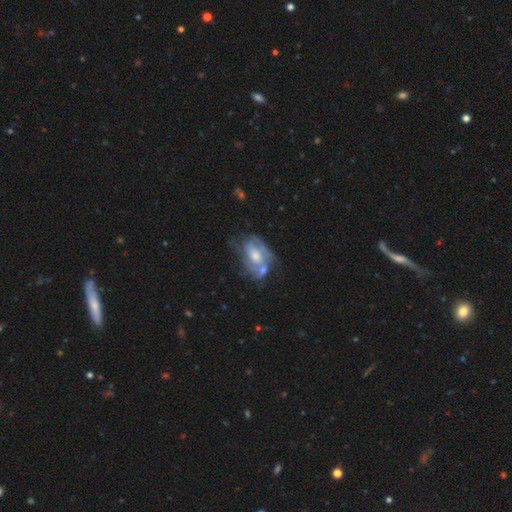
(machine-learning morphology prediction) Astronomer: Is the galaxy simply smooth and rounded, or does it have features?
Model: featured or disk — 67%.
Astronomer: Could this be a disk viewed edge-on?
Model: no — 95%.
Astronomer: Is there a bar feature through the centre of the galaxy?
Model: no — 62%.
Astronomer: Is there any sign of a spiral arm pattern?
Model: yes — 71%.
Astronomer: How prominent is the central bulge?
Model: moderate — 56%.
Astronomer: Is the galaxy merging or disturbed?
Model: none — 36% (runner-up: merger, 25%).